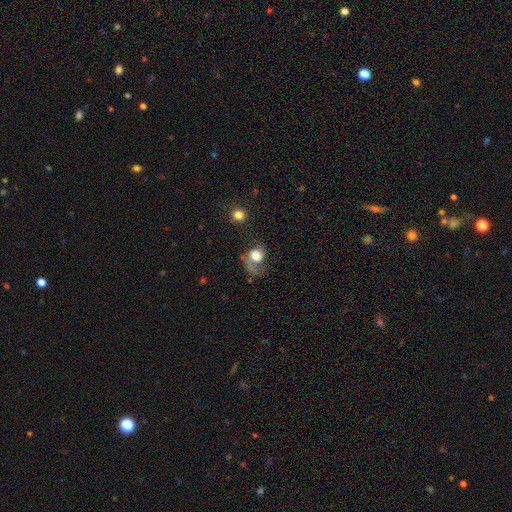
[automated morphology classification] The model was most divided on "smooth or featured": smooth: 48%, featured or disk: 42%, star or artifact: 10%. Remaining: merging — major disturbance (43%).